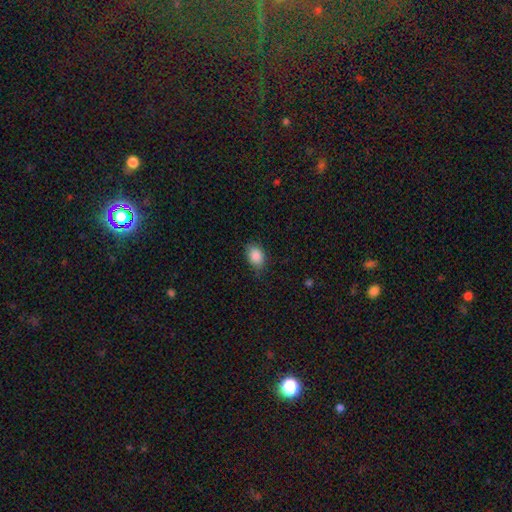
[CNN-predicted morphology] smooth-or-featured: smooth: 88% | star or artifact: 8% | featured or disk: 4%
  how-rounded: in between: 76% | round: 23% | cigar-shaped: 1%
  merging: none: 75% | minor disturbance: 20% | major disturbance: 4% | merger: 1%